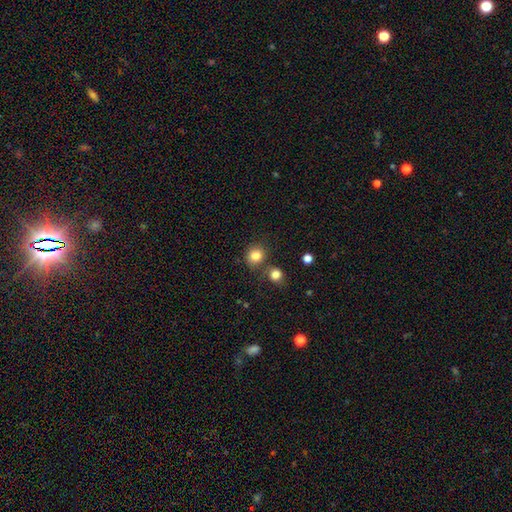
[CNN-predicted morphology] This is clearly a smooth galaxy (82%). How rounded: clearly round (84%). Merging: likely none (74%).